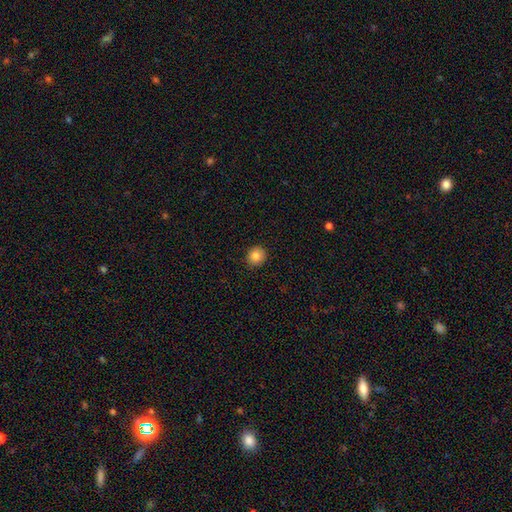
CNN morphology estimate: This appears to be a smooth galaxy with no disk features (84%) that is round (86%). Merging: none (90%).